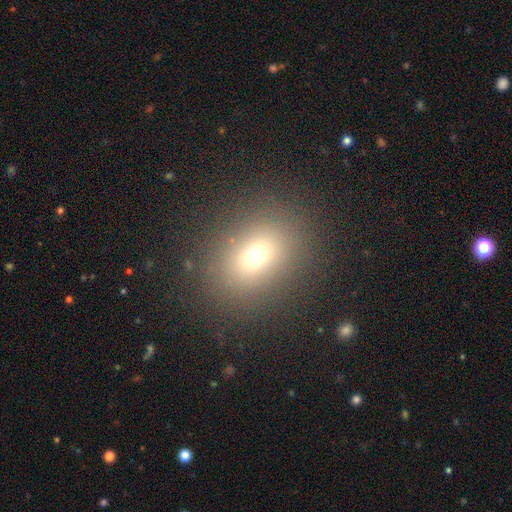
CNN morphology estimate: Smooth or featured?
  - smooth: 68% *
  - star or artifact: 19%
  - featured or disk: 13%
How rounded?
  - in between: 51% *
  - round: 47%
  - cigar-shaped: 2%
Merging?
  - none: 87% *
  - minor disturbance: 7%
  - major disturbance: 4%
  - merger: 1%